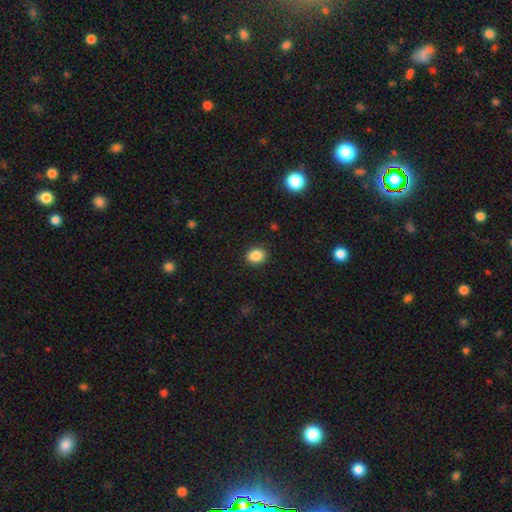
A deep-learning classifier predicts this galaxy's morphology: smooth_or_featured: smooth (p=0.87) [alt: star or artifact p=0.10]
how_rounded: round (p=0.60) [alt: in between p=0.39]
merging: none (p=0.90) [alt: minor disturbance p=0.07]